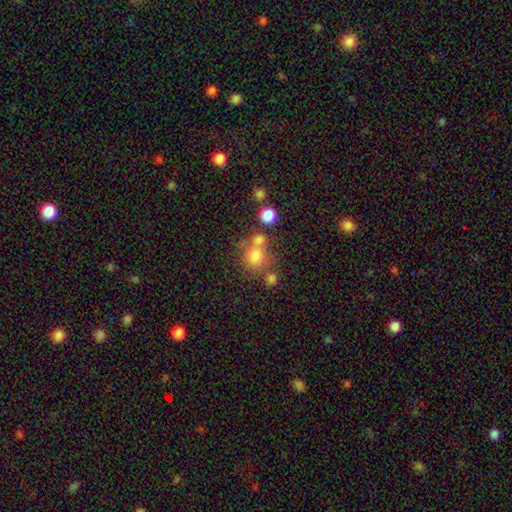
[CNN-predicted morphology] The model was most divided on "merging": none: 53%, merger: 31%, minor disturbance: 10%, major disturbance: 6%. More confident: how rounded — round (85%); smooth or featured — smooth (74%).